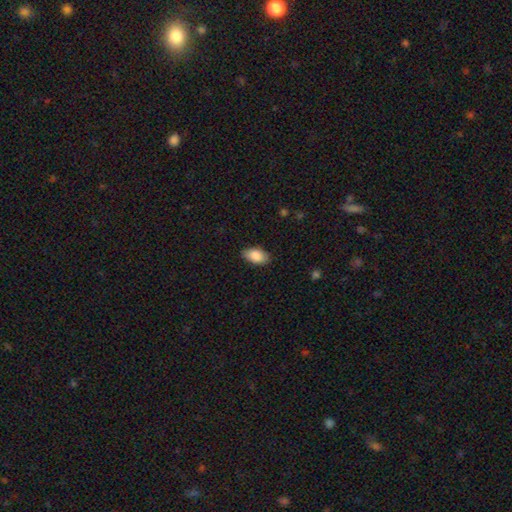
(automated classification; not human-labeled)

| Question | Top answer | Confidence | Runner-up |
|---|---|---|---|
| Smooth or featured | smooth | 87% | featured or disk (7%) |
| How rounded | in between | 94% | round (4%) |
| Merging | none | 86% | minor disturbance (11%) |